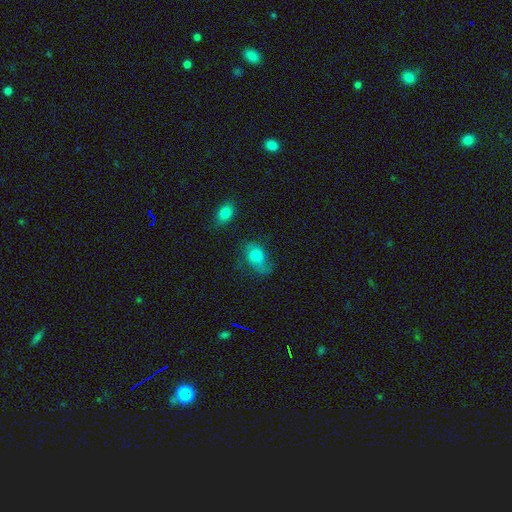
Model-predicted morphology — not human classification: Smooth or featured: smooth — 64% (featured or disk — 26%)
How rounded: in between — 79% (round — 19%)
Merging: none — 42% (minor disturbance — 29%)